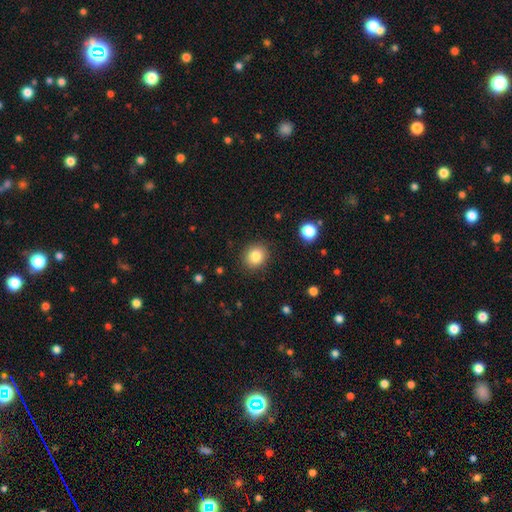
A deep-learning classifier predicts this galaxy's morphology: A smooth galaxy with no disk features (83%) that is round (76%). Merging: none (89%).